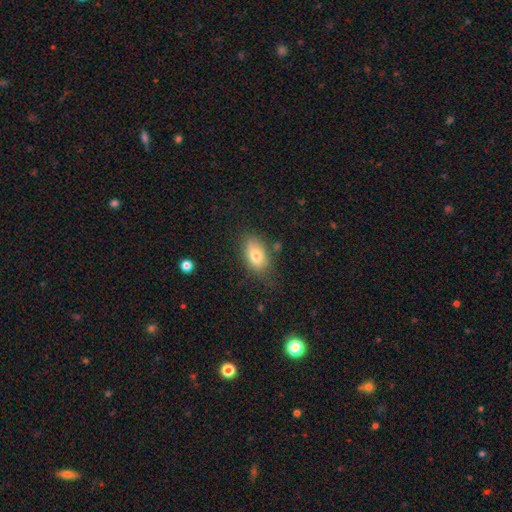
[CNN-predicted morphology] Smooth or featured? Predicted: smooth (p=0.76). How rounded? Predicted: in between (p=0.88). Merging? Predicted: none (p=0.70).